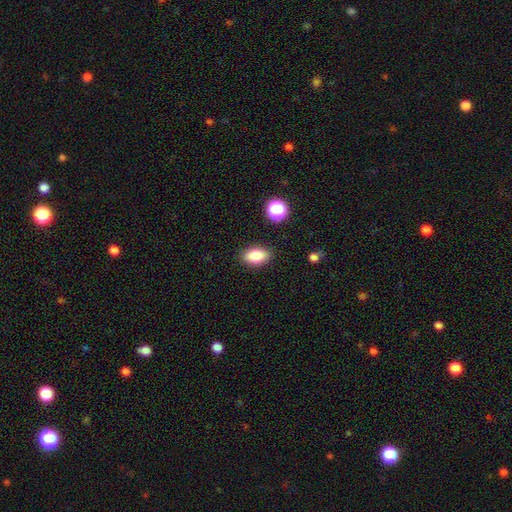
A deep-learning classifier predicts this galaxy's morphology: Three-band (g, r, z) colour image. It shows a smooth galaxy with no disk features (84%) that is in between round and cigar-shaped (89%). Merging: none (87%).